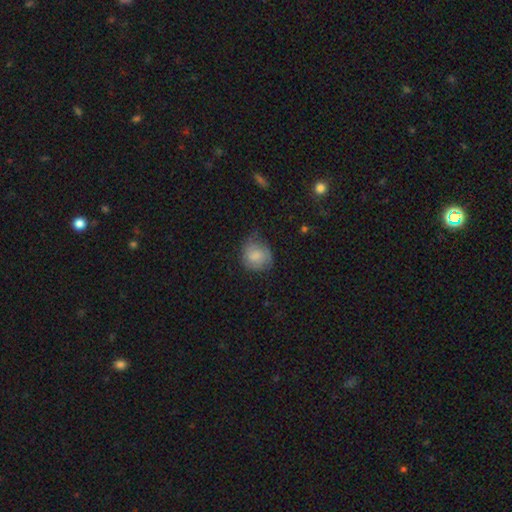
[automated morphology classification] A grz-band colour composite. It shows a smooth galaxy with no disk features (76%) that is round (75%). Merging: none (51%).